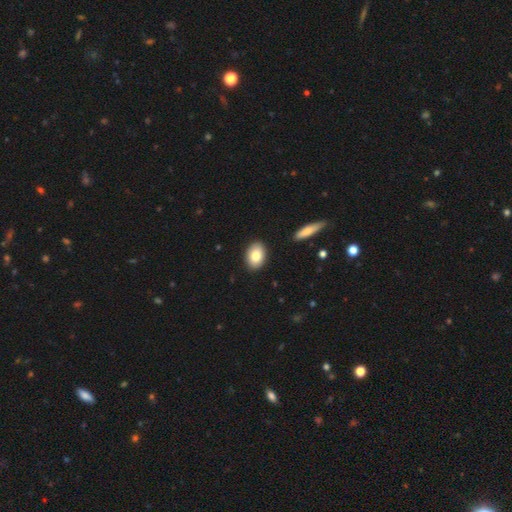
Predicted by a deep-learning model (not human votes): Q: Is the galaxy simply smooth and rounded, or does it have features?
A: smooth — 83%.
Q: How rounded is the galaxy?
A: in between — 86%.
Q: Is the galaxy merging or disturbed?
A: none — 90%.